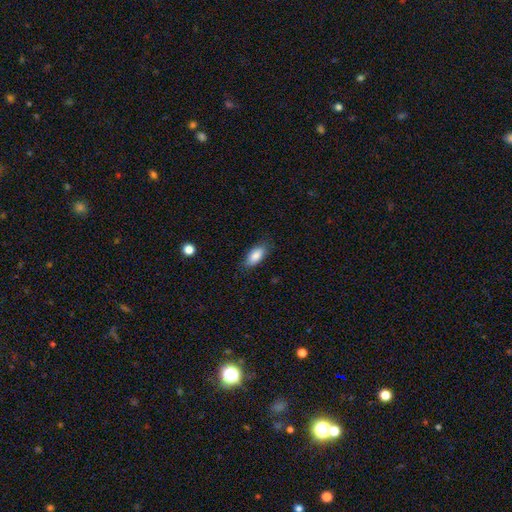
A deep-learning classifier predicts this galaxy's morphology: This appears to be a smooth galaxy with no disk features (87%) that is in between round and cigar-shaped (85%). Merging: none (82%).